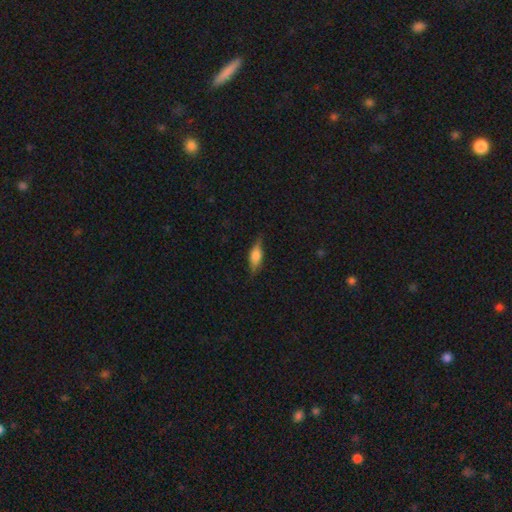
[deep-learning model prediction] Overall: smooth (62%; featured or disk 30%). How rounded: in between (65%; cigar-shaped 31%). Merging: none (75%).